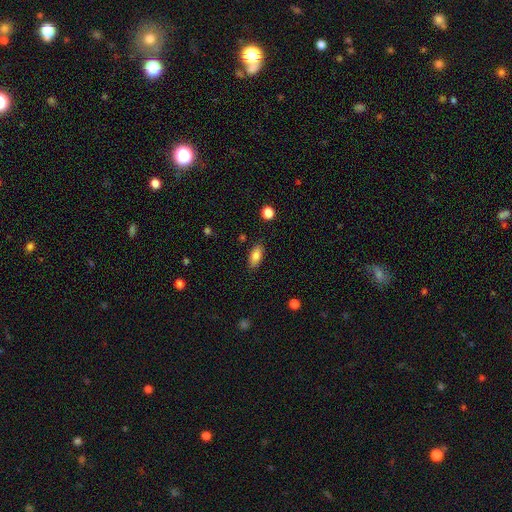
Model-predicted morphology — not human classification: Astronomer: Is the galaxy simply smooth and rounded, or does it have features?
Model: smooth — 82%.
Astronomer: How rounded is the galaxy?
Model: in between — 86%.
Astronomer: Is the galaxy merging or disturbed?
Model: none — 85%.